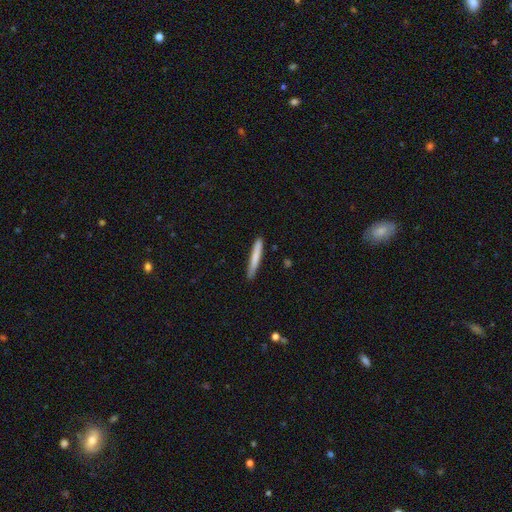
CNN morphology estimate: A smooth galaxy with no disk features (75%) that is cigar-shaped (96%).

Vote fractions:
- Smooth or featured? smooth: 75% / featured or disk: 19% / star or artifact: 6%
- How rounded? cigar-shaped: 96% / in between: 3% / round: 1%
- Merging? none: 85% / minor disturbance: 11% / major disturbance: 2% / merger: 2%